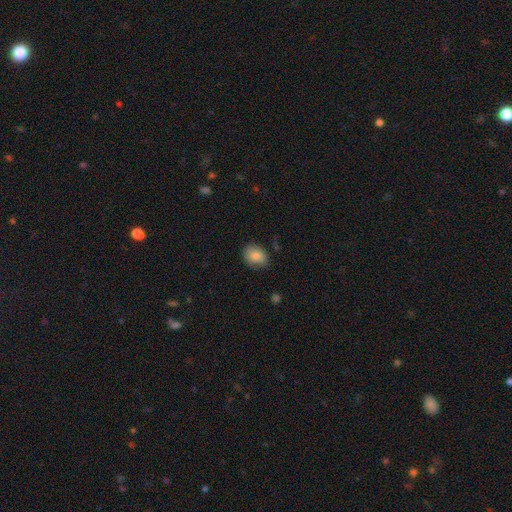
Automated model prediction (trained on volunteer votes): This is clearly a smooth galaxy (84%). How rounded: possibly in between (50%). Merging: likely none (76%).